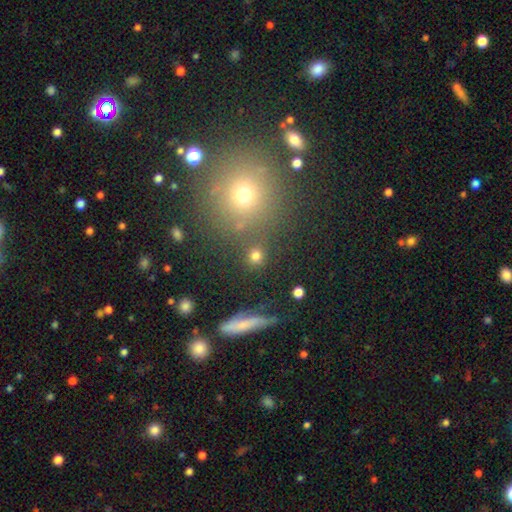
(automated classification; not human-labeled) Morphology: type=smooth (77%); roundness=round (88%); merging=none (82%).